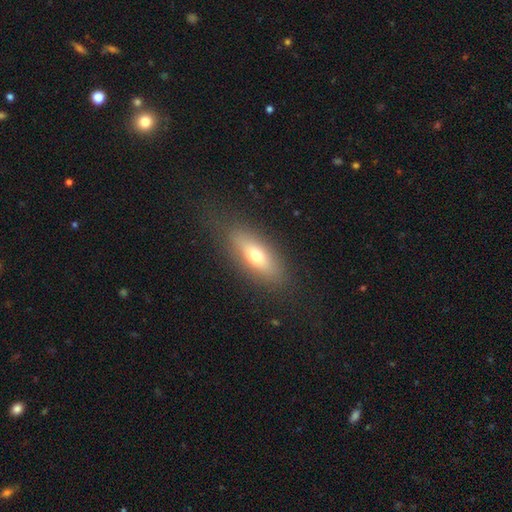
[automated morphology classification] Smooth or featured: smooth — 63% (featured or disk — 28%)
How rounded: in between — 62% (cigar-shaped — 34%)
Merging: none — 80% (minor disturbance — 13%)